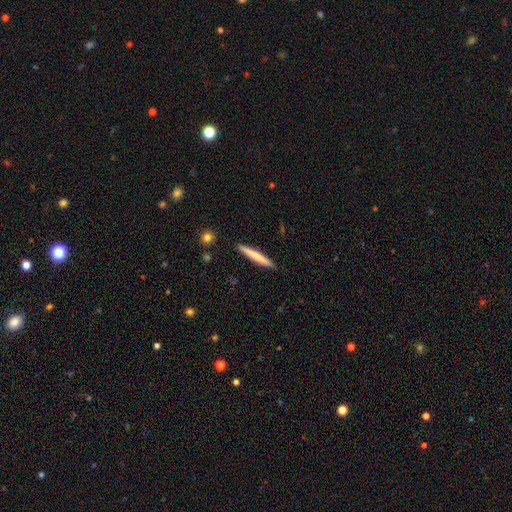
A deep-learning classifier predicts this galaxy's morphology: A smooth galaxy with no disk features (67%) that is cigar-shaped (96%). Merging: none (90%).